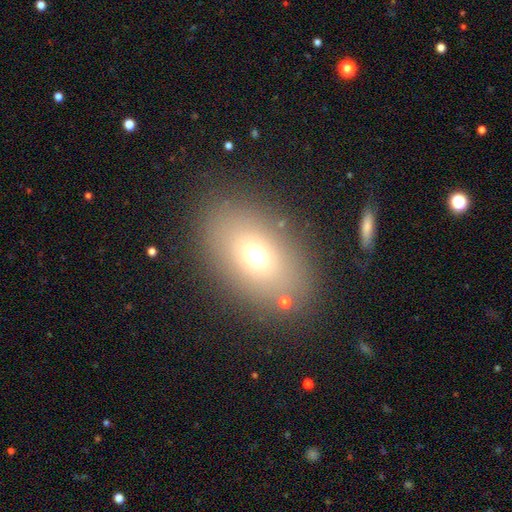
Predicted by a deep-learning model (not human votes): Overall: smooth (68%). How rounded: in between (76%). Merging: none (82%).